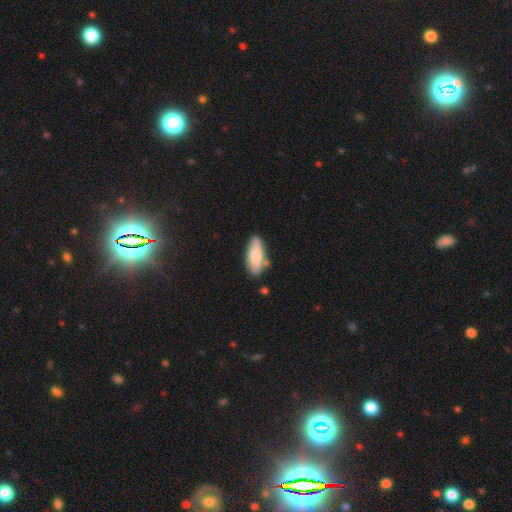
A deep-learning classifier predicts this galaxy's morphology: Overall: smooth (79%). How rounded: in between (70%). Merging: none (71%).